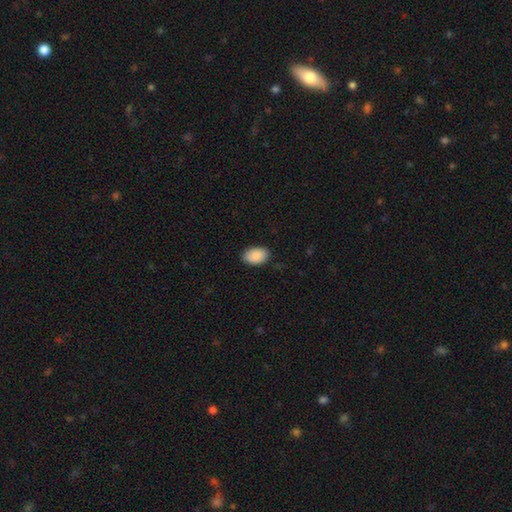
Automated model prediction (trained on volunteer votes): Smooth or featured: smooth — 90% (star or artifact — 7%)
How rounded: in between — 89% (round — 10%)
Merging: none — 86% (minor disturbance — 10%)